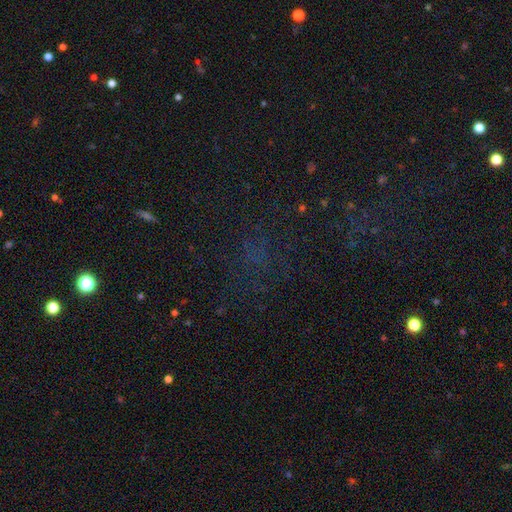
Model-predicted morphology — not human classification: smooth_or_featured: star or artifact (p=0.60) [alt: smooth p=0.27]